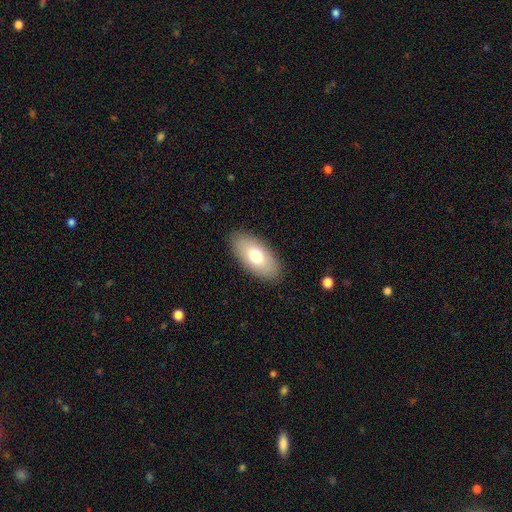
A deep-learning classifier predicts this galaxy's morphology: This appears to be a smooth galaxy with no disk features (72%) that is in between round and cigar-shaped (92%). Merging: none (87%).